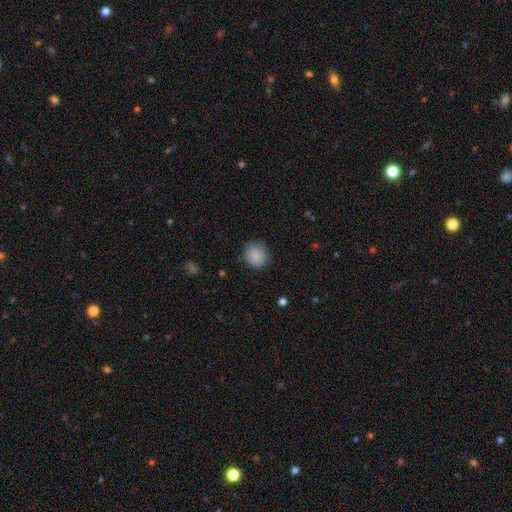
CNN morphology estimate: Smooth or featured: smooth — 88% (star or artifact — 8%)
How rounded: round — 87% (in between — 12%)
Merging: none — 86% (minor disturbance — 11%)